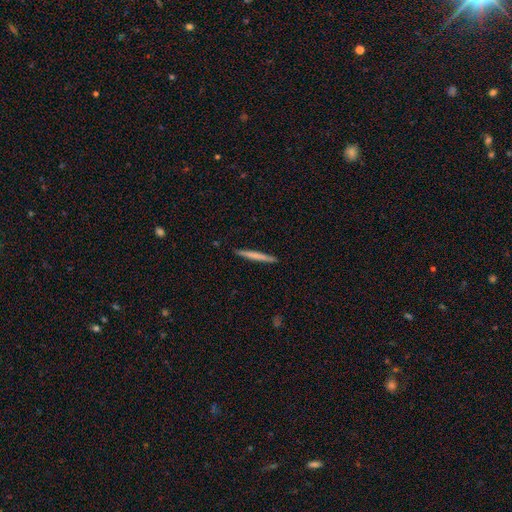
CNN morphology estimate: smooth_or_featured: smooth (p=0.66) [alt: featured or disk p=0.28]
how_rounded: cigar-shaped (p=0.97) [alt: in between p=0.02]
merging: none (p=0.92) [alt: minor disturbance p=0.06]